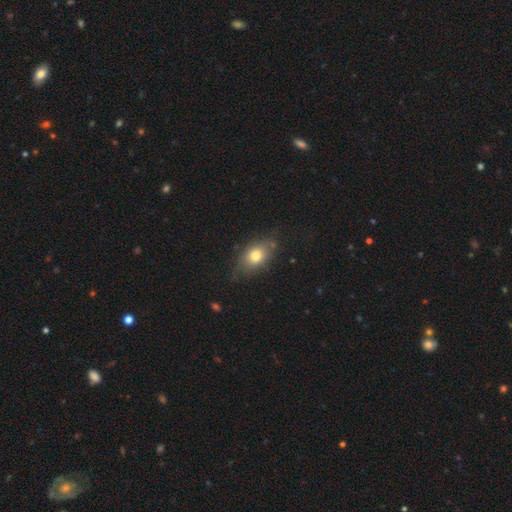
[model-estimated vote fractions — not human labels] Morphology: type=smooth (75%); roundness=in between (78%); merging=none (71%).